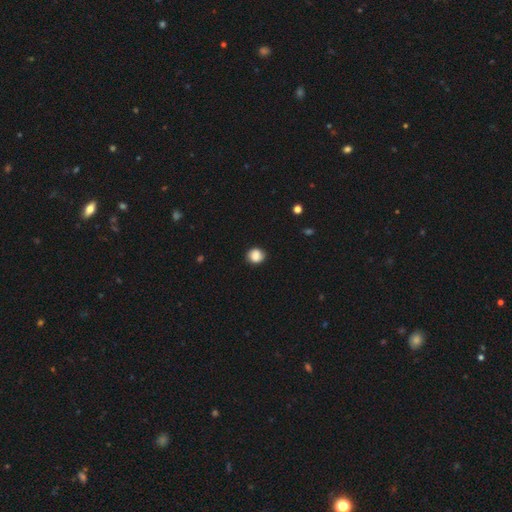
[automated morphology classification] A smooth galaxy with no disk features (86%) that is round (82%).

Vote fractions:
- Smooth or featured? smooth: 86% / star or artifact: 9% / featured or disk: 5%
- How rounded? round: 82% / in between: 17% / cigar-shaped: 1%
- Merging? none: 85% / minor disturbance: 11% / major disturbance: 2% / merger: 1%